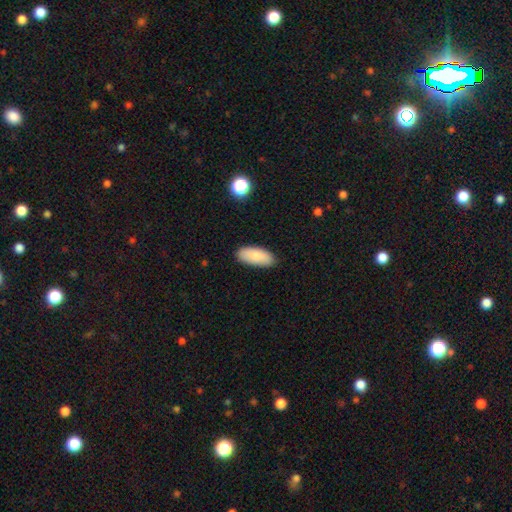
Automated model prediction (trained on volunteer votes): Smooth or featured? smooth (86%)
How rounded? in between (88%)
Merging? none (87%)